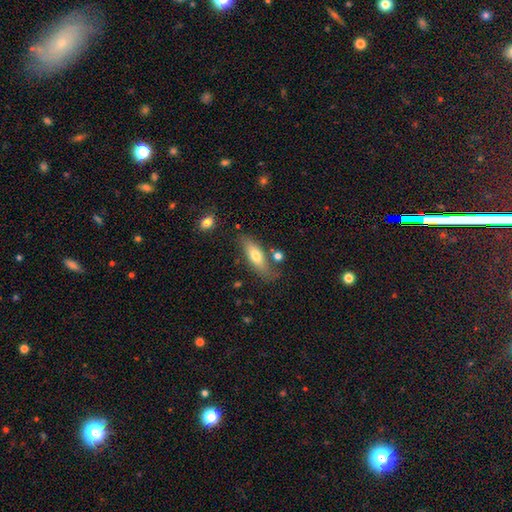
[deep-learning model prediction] smooth-or-featured: smooth: 66% | featured or disk: 28% | star or artifact: 7%
  how-rounded: in between: 60% | cigar-shaped: 37% | round: 3%
  merging: none: 68% | minor disturbance: 18% | merger: 9% | major disturbance: 5%